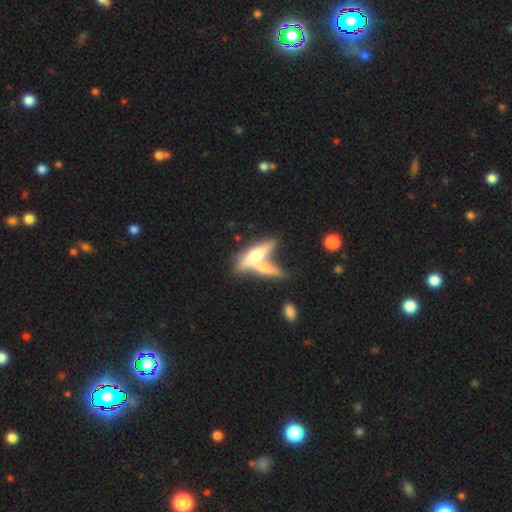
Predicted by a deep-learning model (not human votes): smooth_or_featured: featured or disk (p=0.48) [alt: smooth p=0.45]
merging: merger (p=0.50) [alt: none p=0.33]